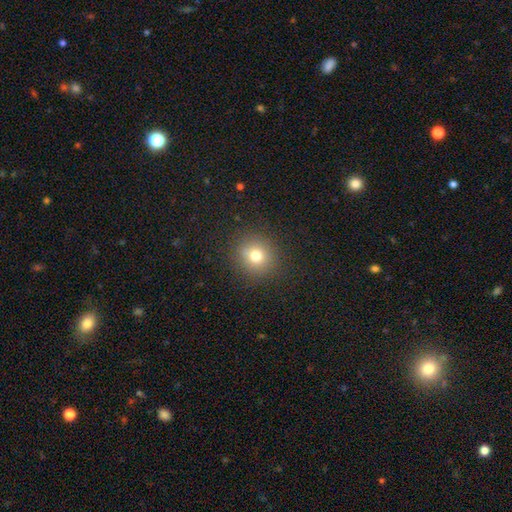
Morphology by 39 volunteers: A smooth galaxy with no disk features (77%) that is round (87%). Merging: none (86%).